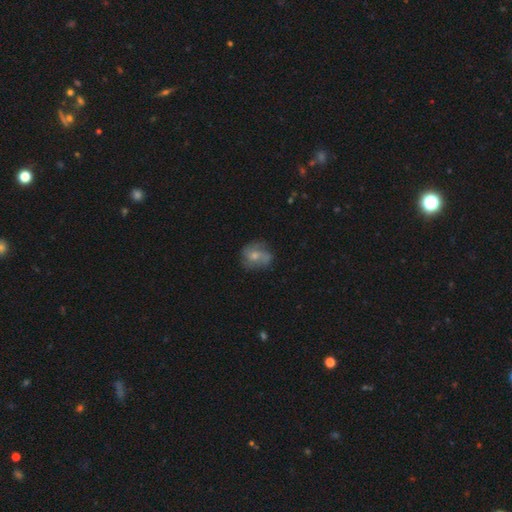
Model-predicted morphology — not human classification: smooth_or_featured: featured or disk (p=0.47) [alt: smooth p=0.44]
merging: none (p=0.59) [alt: minor disturbance p=0.25]